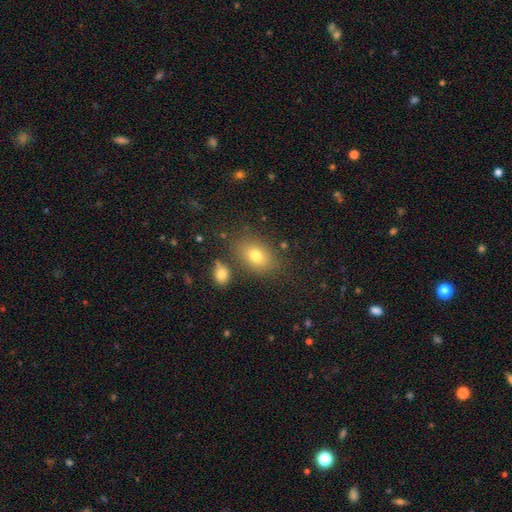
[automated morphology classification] smooth_or_featured: smooth (p=0.75) [alt: featured or disk p=0.13]
how_rounded: in between (p=0.81) [alt: round p=0.17]
merging: none (p=0.77) [alt: minor disturbance p=0.11]